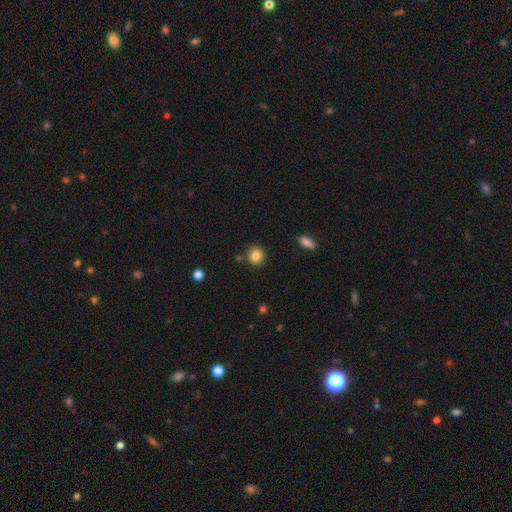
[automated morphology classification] Overall: smooth (86%). How rounded: round (71%). Merging: none (83%).